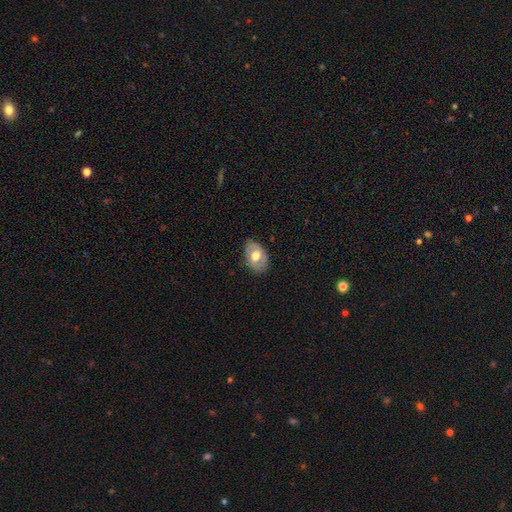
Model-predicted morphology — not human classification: type=smooth (51%); roundness=in between (84%); merging=none (78%).